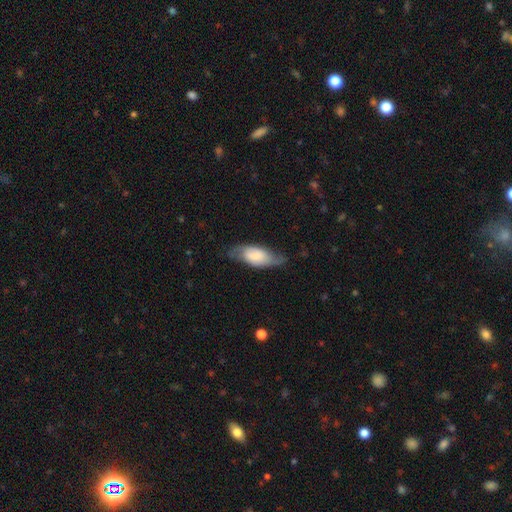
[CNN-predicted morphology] Smooth or featured? smooth (52%)
How rounded? in between (84%)
Merging? none (60%)